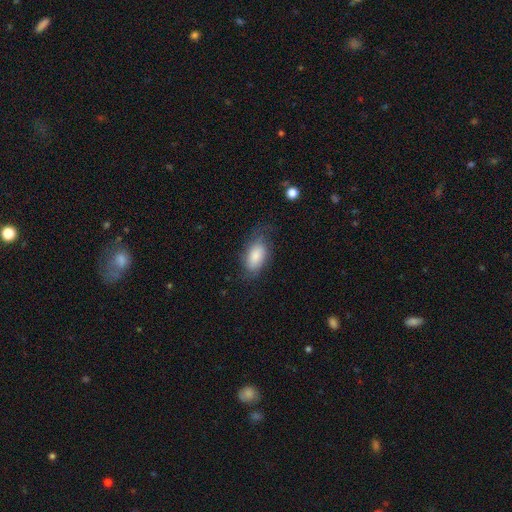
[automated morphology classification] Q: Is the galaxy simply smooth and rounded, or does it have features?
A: smooth — 74%.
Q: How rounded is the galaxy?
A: in between — 93%.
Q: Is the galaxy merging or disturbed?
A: none — 59%.